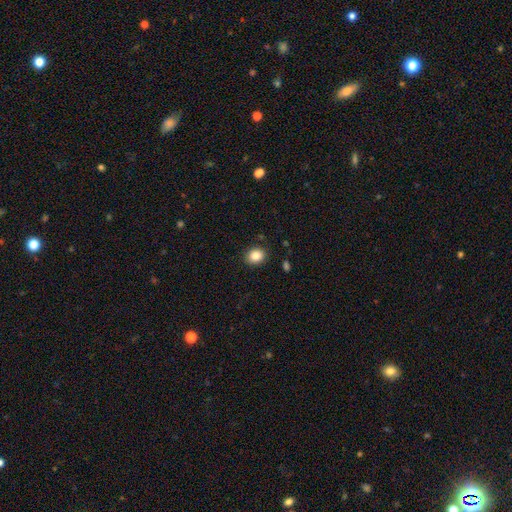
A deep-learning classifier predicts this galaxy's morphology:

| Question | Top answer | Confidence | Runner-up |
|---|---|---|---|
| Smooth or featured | smooth | 86% | star or artifact (9%) |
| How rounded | round | 55% | in between (44%) |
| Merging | none | 88% | minor disturbance (8%) |